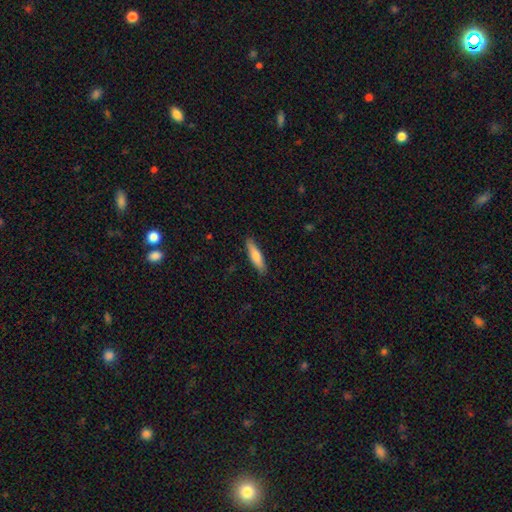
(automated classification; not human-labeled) Smooth or featured? smooth (74%)
How rounded? cigar-shaped (77%)
Merging? none (88%)